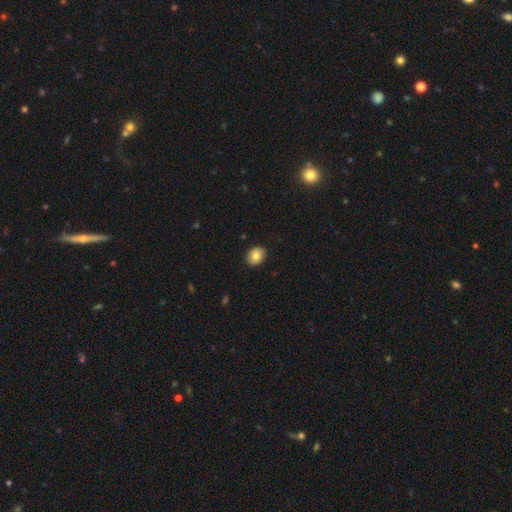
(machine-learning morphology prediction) The model was most divided on "how rounded": in between: 53%, round: 46%, cigar-shaped: 1%. More confident: merging — none (90%); smooth or featured — smooth (80%).